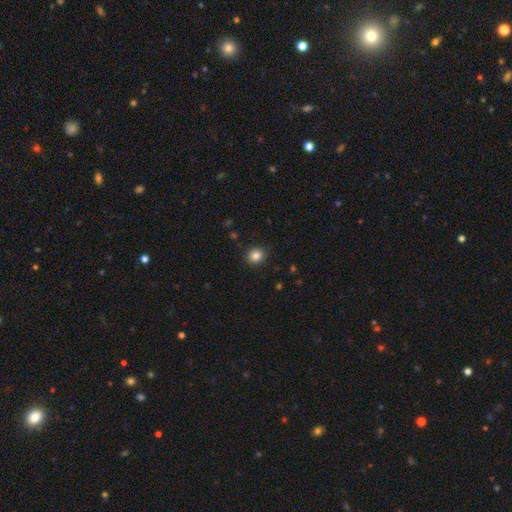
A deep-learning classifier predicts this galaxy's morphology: This is clearly a smooth galaxy (85%). How rounded: clearly round (83%). Merging: clearly none (90%).